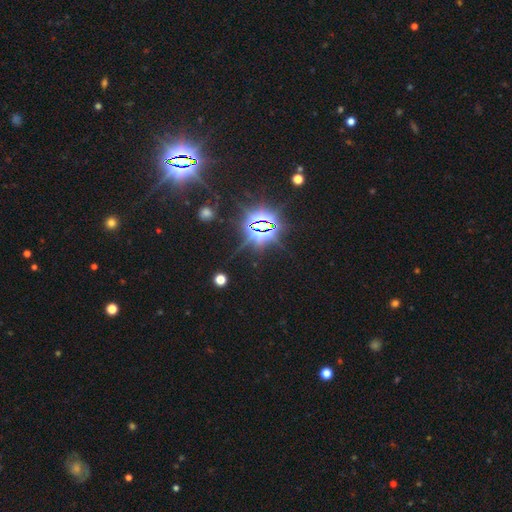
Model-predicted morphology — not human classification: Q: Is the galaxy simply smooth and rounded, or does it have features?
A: star or artifact — 84%.